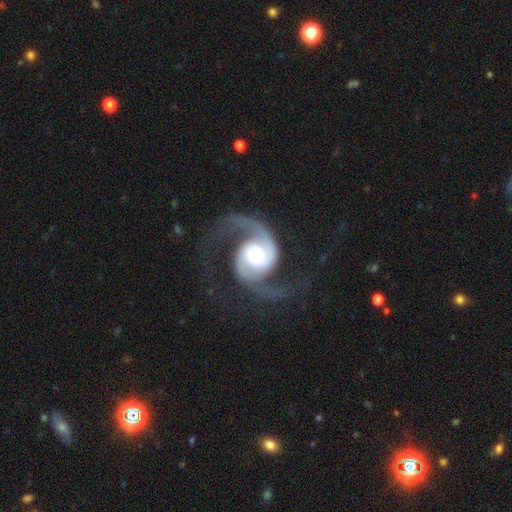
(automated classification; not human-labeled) This appears to be a featured or disk galaxy (93%) with no bar (64%), 2 (94%) loose (44%, tied with medium) spiral arms (98%) and a moderate central bulge (50%). Merging: none (69%).